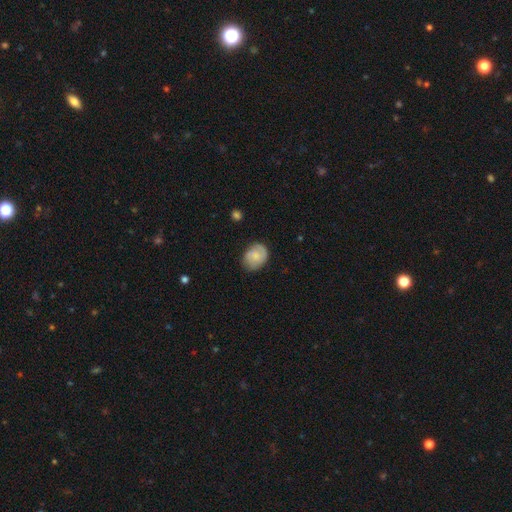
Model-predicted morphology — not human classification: The model was most divided on "smooth or featured": smooth: 49%, featured or disk: 44%, star or artifact: 7%. More confident: merging — none (74%).